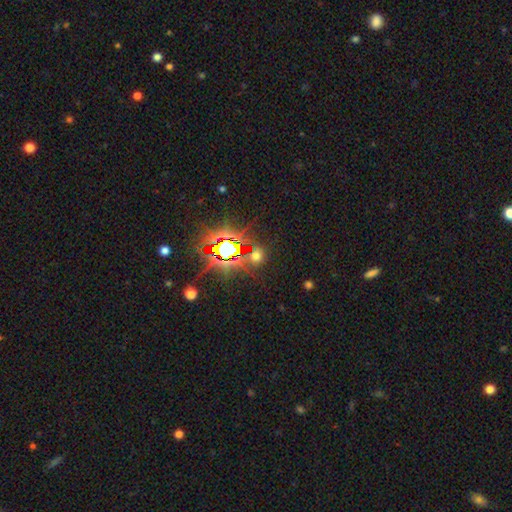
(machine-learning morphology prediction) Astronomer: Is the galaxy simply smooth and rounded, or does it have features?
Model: star or artifact — 66%.